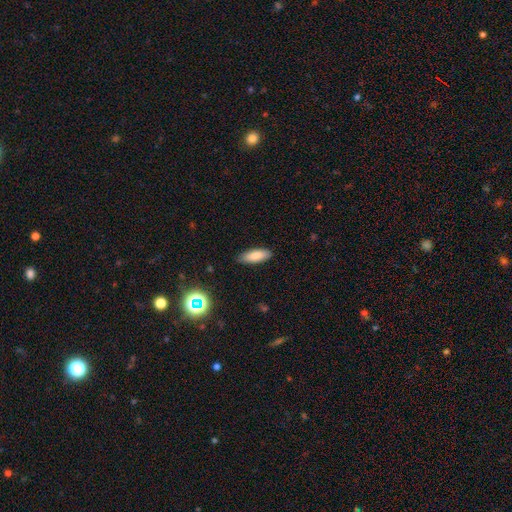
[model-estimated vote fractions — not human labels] Morphology: type=smooth (85%); roundness=in between (67%); merging=none (86%).